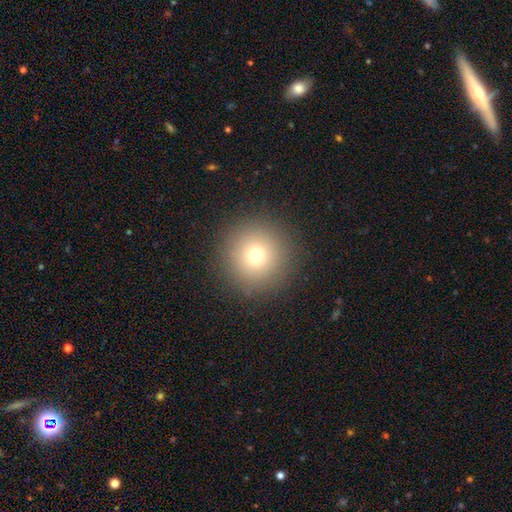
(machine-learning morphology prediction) Smooth or featured? smooth (73%)
How rounded? round (96%)
Merging? none (91%)